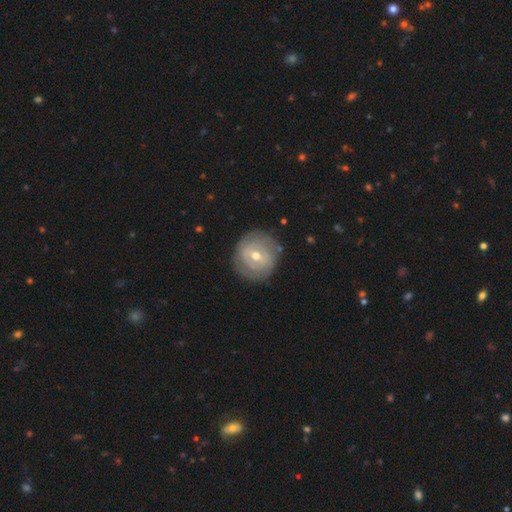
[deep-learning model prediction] Overall: featured or disk (69%). Edge-on disk: no (97%). Bar: no (47%; weak 42%). Spiral arms: yes (74%). Bulge size: moderate (62%; small 34%). Merging: none (81%).